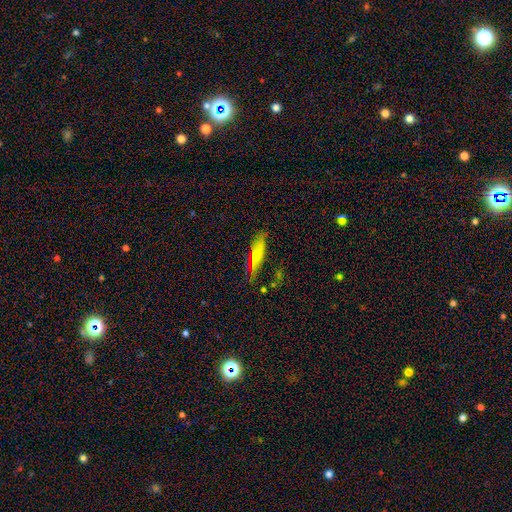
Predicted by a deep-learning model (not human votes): A smooth galaxy with no disk features (64%) that is cigar-shaped (53%).

Vote fractions:
- Smooth or featured? smooth: 64% / featured or disk: 21% / star or artifact: 15%
- How rounded? cigar-shaped: 53% / in between: 43% / round: 4%
- Merging? none: 72% / minor disturbance: 19% / major disturbance: 6% / merger: 3%